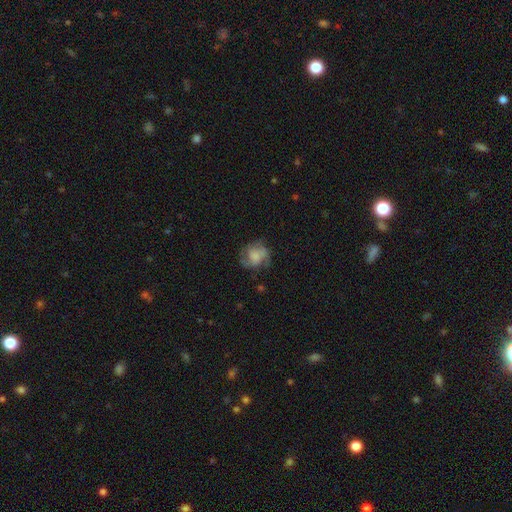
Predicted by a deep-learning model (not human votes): smooth_or_featured: featured or disk (p=0.53) [alt: smooth p=0.38]
disk_edge_on: no (p=0.98) [alt: yes p=0.02]
bar: no (p=0.71) [alt: weak p=0.24]
has_spiral_arms: yes (p=0.80) [alt: no p=0.20]
bulge_size: none (p=0.38) [alt: large p=0.24]
merging: none (p=0.63) [alt: minor disturbance p=0.21]